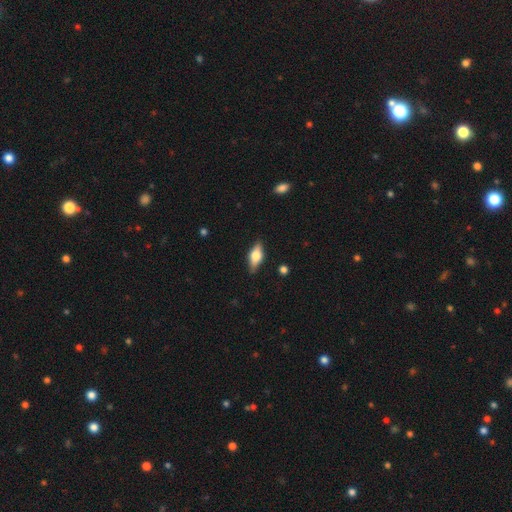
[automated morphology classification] Smooth or featured? featured or disk (47%)
Merging? none (84%)